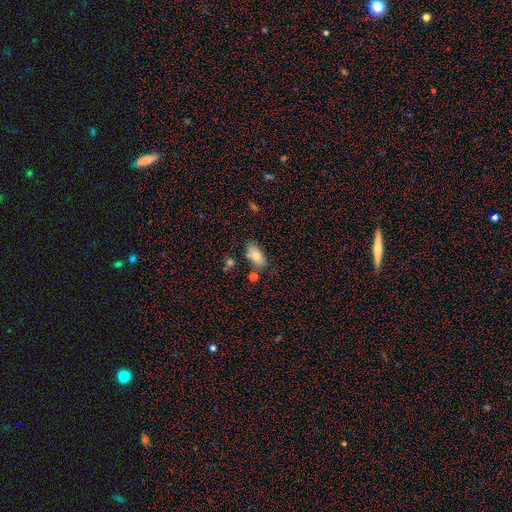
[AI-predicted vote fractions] Morphology: type=smooth (75%); roundness=in between (89%); merging=none (69%).